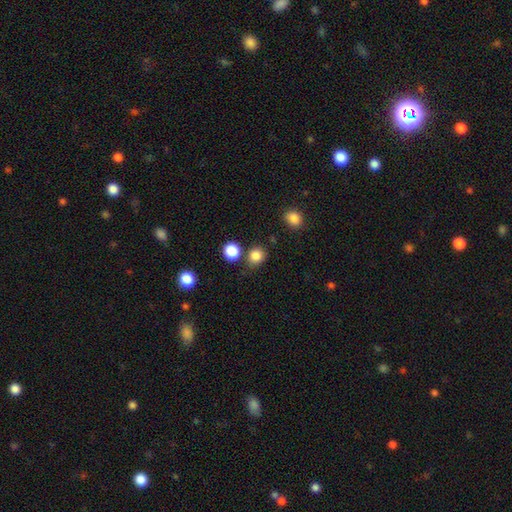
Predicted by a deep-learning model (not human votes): This is clearly a smooth galaxy (84%). How rounded: clearly round (82%). Merging: likely none (76%).